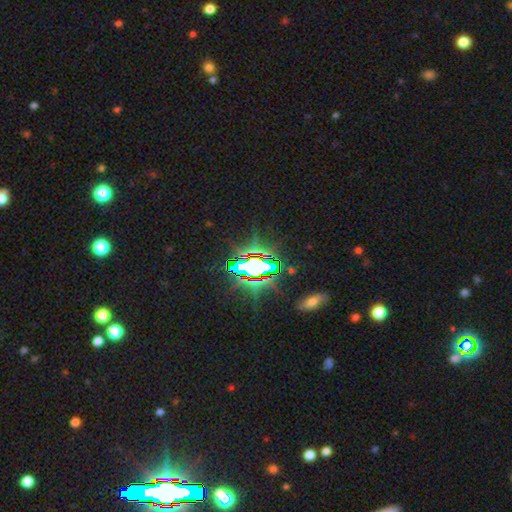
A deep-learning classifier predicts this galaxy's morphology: A star or artifact, not a galaxy (80%).